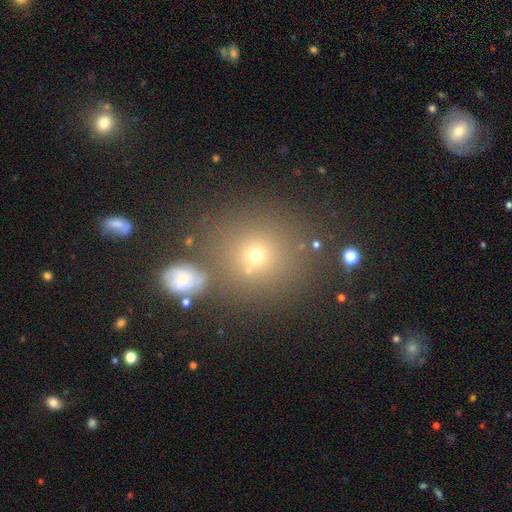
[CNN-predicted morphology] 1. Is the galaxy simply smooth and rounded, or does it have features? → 61% smooth, 26% star or artifact, 13% featured or disk.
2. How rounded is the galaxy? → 89% round, 10% in between, 1% cigar-shaped.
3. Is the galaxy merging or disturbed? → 73% none, 13% merger, 9% minor disturbance, 4% major disturbance.